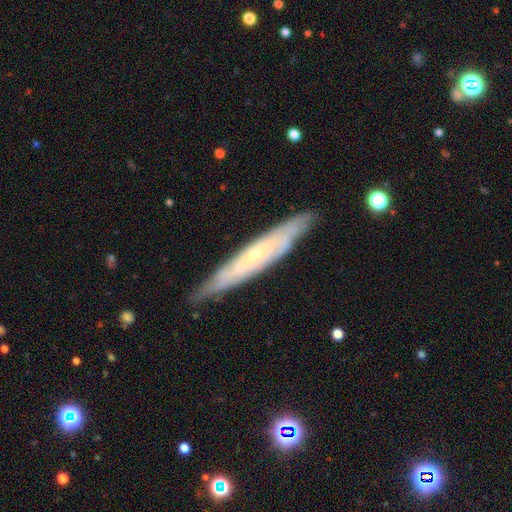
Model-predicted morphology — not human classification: type=featured or disk (72%); edge-on=yes (60%); merging=none (82%).